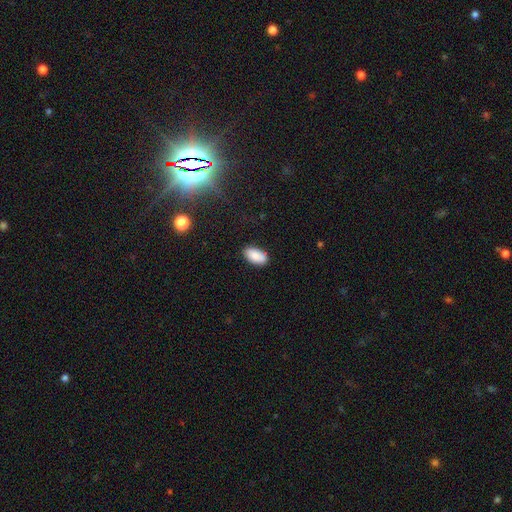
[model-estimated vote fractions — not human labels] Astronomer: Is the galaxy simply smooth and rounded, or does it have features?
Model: smooth — 86%.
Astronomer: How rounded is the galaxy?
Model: in between — 94%.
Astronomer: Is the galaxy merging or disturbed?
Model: none — 83%.